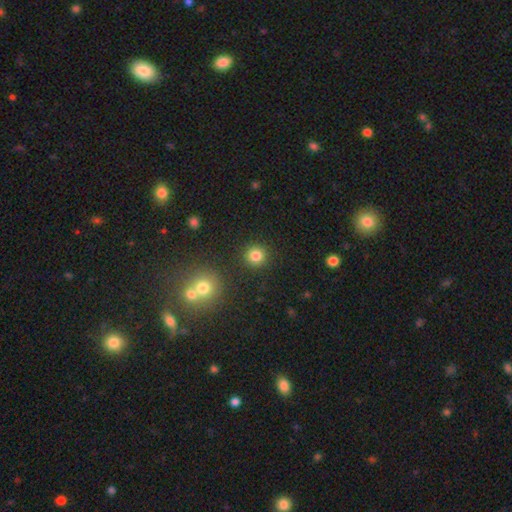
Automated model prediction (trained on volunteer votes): This appears to be a smooth galaxy with no disk features (82%) that is round (93%). Merging: none (90%).